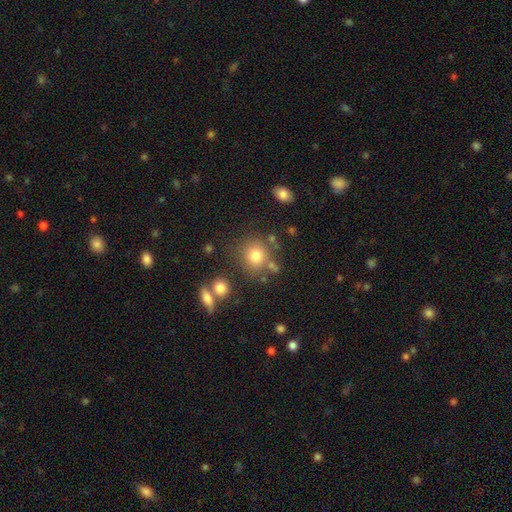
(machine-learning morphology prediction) The model was most divided on "merging": none: 74%, minor disturbance: 11%, merger: 10%, major disturbance: 5%. More confident: how rounded — round (87%); smooth or featured — smooth (78%).